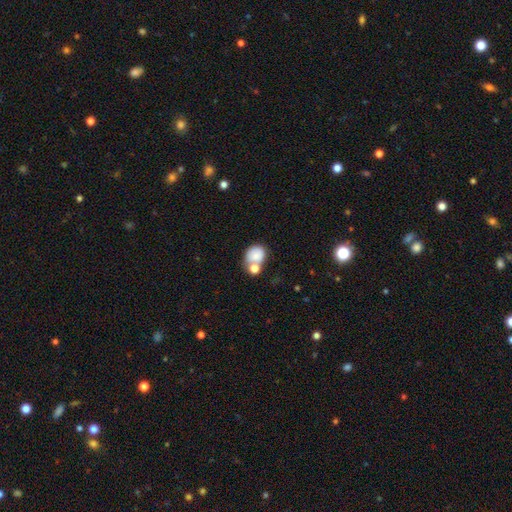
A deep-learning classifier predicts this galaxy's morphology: This appears to be a smooth galaxy with no disk features (80%) that is round (64%). Merging: none (40%).